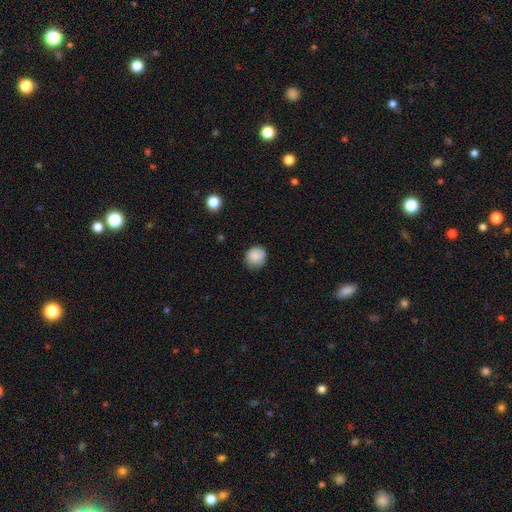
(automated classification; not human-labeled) Overall: smooth (88%). How rounded: round (86%). Merging: none (80%).